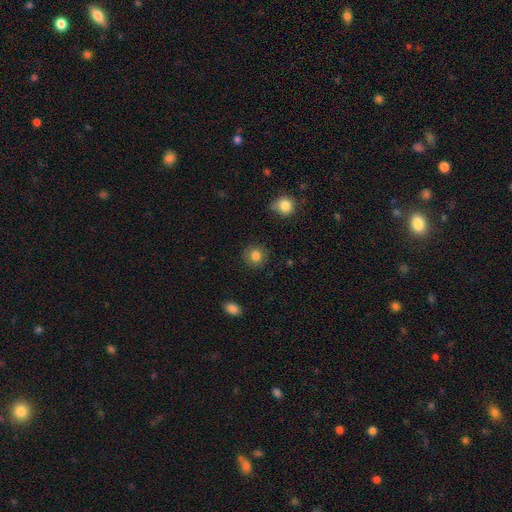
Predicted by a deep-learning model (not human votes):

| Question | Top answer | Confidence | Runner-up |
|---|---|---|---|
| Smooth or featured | smooth | 83% | star or artifact (9%) |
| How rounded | round | 88% | in between (11%) |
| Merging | none | 87% | minor disturbance (9%) |